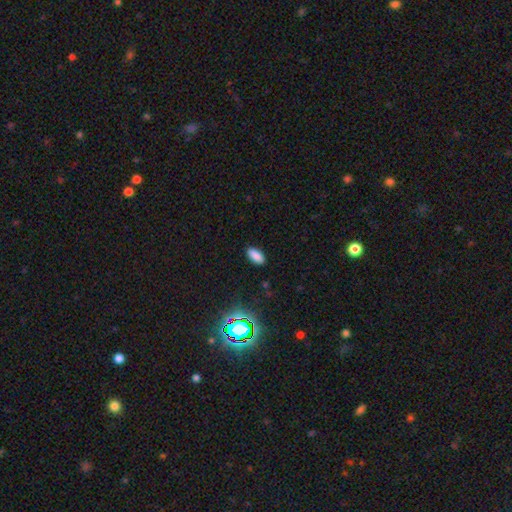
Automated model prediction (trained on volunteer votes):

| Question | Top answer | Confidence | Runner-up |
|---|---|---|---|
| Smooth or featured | smooth | 83% | star or artifact (12%) |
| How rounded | in between | 90% | cigar-shaped (8%) |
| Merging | none | 89% | minor disturbance (8%) |